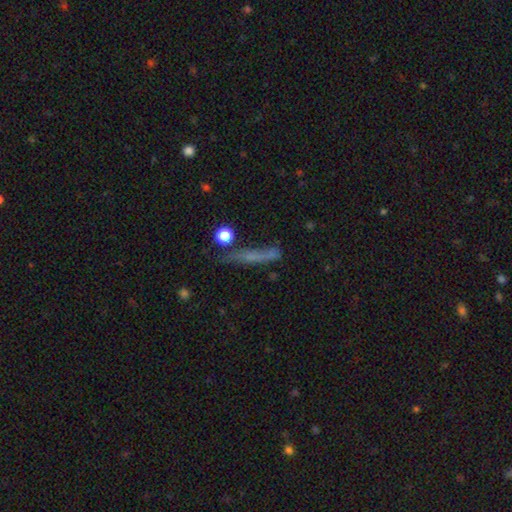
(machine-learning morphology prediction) smooth 46%, featured or disk 36%, star or artifact 18%. Down the decision tree: merging — none (56%).